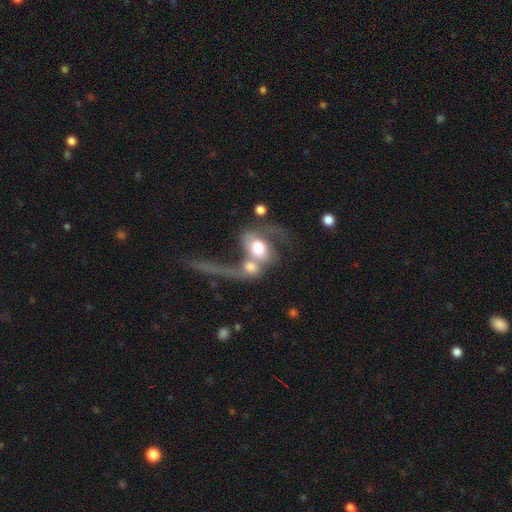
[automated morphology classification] featured or disk 65%, smooth 25%, star or artifact 9%. Down the decision tree: edge-on disk — no (91%); bar — no (60%); spiral arms — yes (75%); bulge size — moderate (56%); merging — merger (55%).